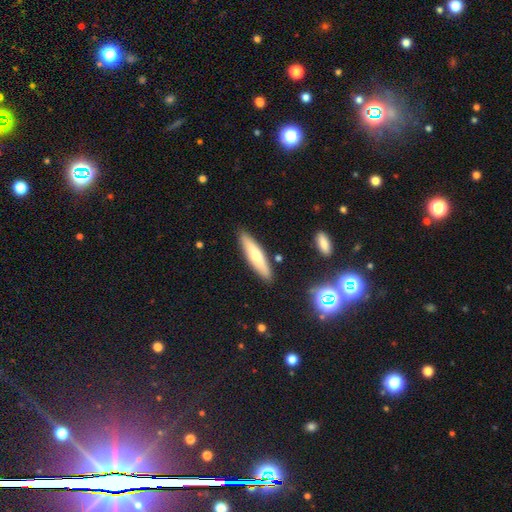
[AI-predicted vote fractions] The model was most divided on "smooth or featured": smooth: 60%, featured or disk: 33%, star or artifact: 6%. More confident: merging — none (87%); how rounded — cigar-shaped (77%).